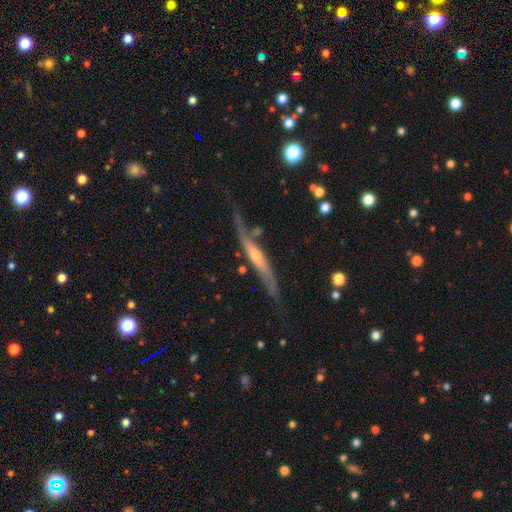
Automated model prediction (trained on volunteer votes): Overall: featured or disk (77%). Edge-on disk: yes (75%). Edge-on bulge: rounded (64%; none 28%). Merging: none (55%; minor disturbance 26%).